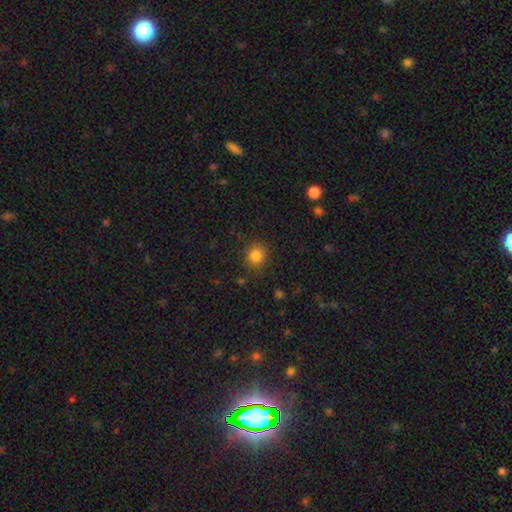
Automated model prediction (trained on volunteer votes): Smooth or featured? Predicted: smooth (p=0.84). How rounded? Predicted: round (p=0.85). Merging? Predicted: none (p=0.85).